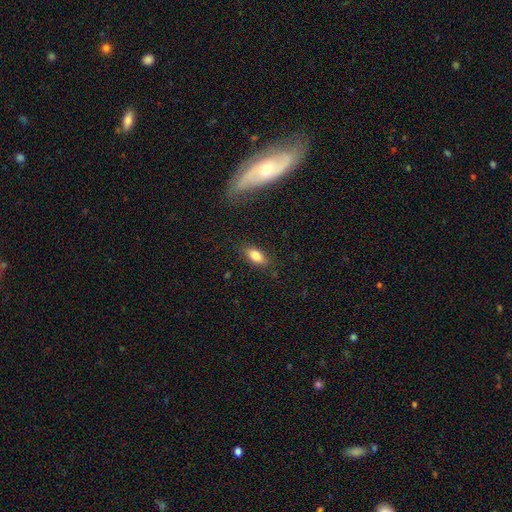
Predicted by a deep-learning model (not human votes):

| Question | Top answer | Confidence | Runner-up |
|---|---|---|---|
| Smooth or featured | smooth | 81% | featured or disk (11%) |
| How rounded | in between | 85% | cigar-shaped (10%) |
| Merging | none | 84% | minor disturbance (12%) |